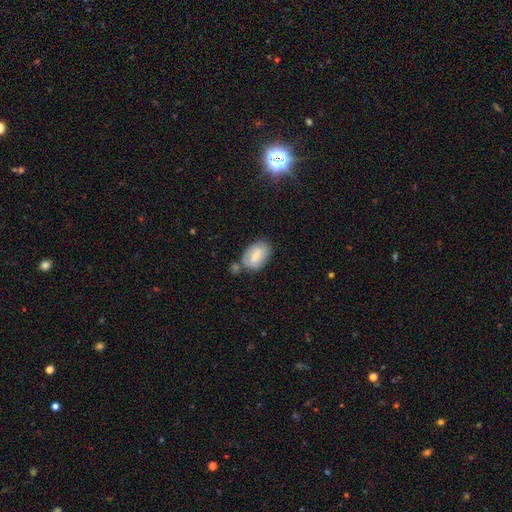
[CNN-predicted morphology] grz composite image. It shows a smooth galaxy with no disk features (69%) that is in between round and cigar-shaped (88%). Merging: none (52%).